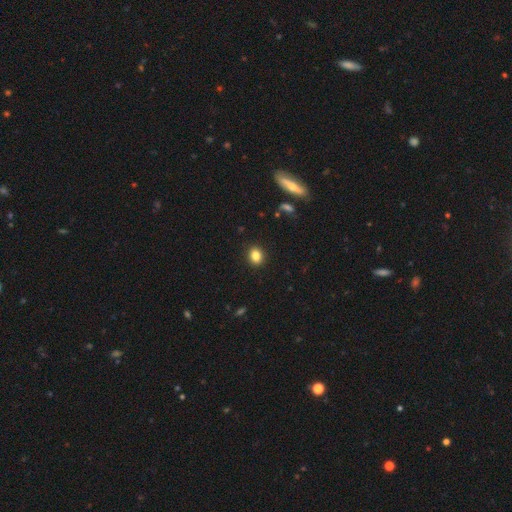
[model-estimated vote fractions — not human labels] Smooth or featured? smooth (84%)
How rounded? round (59%)
Merging? none (91%)